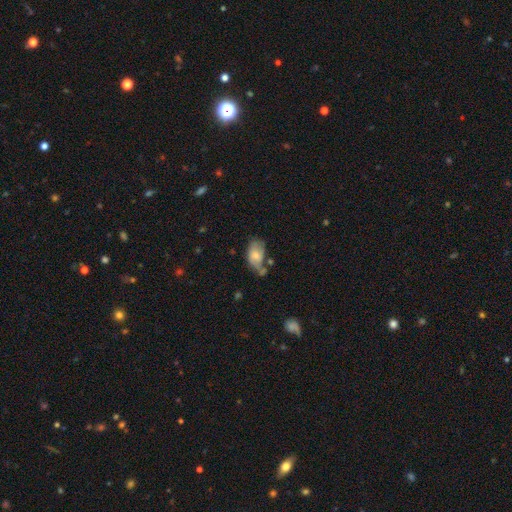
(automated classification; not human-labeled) smooth_or_featured: smooth (p=0.62) [alt: featured or disk p=0.31]
how_rounded: in between (p=0.90) [alt: round p=0.08]
merging: none (p=0.36) [alt: minor disturbance p=0.30]